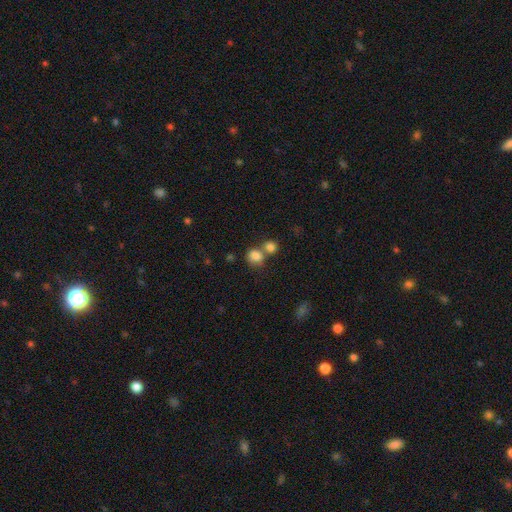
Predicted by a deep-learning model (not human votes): This appears to be a smooth galaxy with no disk features (82%) that is round (62%). Merging: merger (48%).